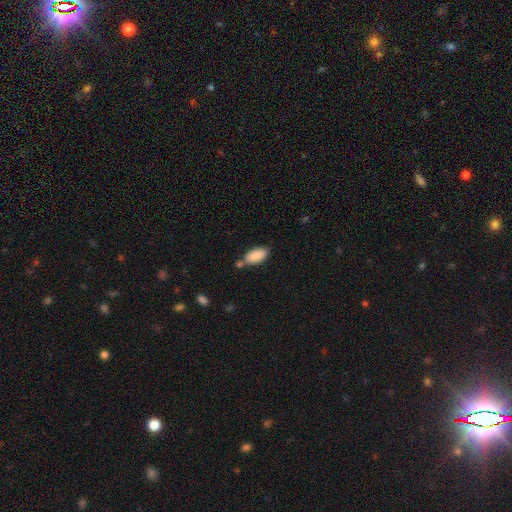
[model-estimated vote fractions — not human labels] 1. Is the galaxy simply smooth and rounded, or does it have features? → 88% smooth, 6% star or artifact, 6% featured or disk.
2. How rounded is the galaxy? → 91% in between, 7% cigar-shaped, 2% round.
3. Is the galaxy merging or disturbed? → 61% none, 18% merger, 17% minor disturbance, 4% major disturbance.